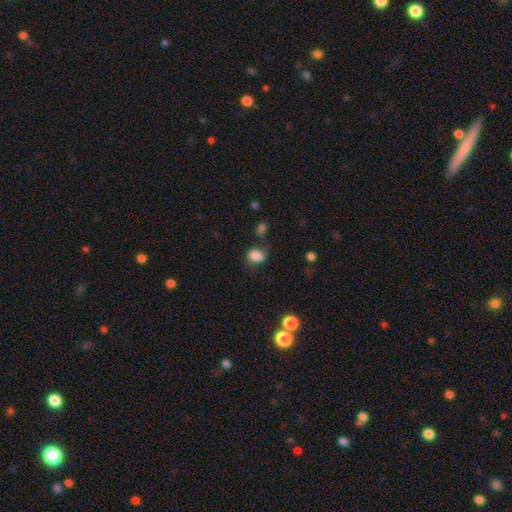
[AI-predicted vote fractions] smooth-or-featured: smooth: 82% | star or artifact: 10% | featured or disk: 8%
  how-rounded: in between: 62% | round: 37% | cigar-shaped: 1%
  merging: none: 58% | minor disturbance: 26% | major disturbance: 10% | merger: 6%